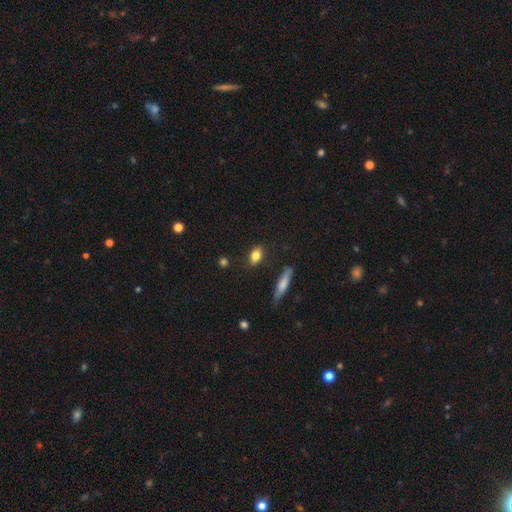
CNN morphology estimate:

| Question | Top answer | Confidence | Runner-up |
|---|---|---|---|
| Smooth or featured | smooth | 80% | featured or disk (11%) |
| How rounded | in between | 74% | round (17%) |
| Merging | none | 82% | minor disturbance (13%) |